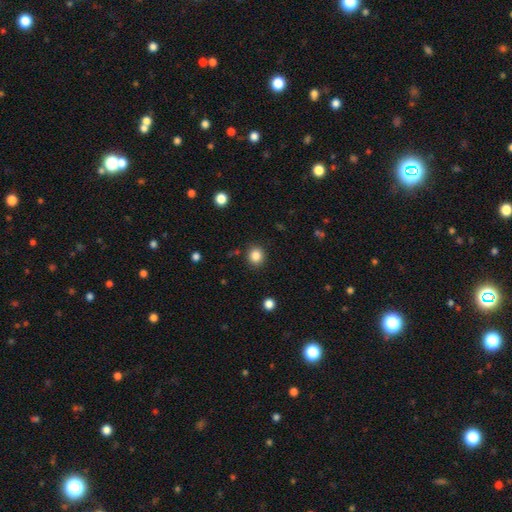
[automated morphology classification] Smooth or featured? Predicted: smooth (p=0.85). How rounded? Predicted: round (p=0.85). Merging? Predicted: none (p=0.88).